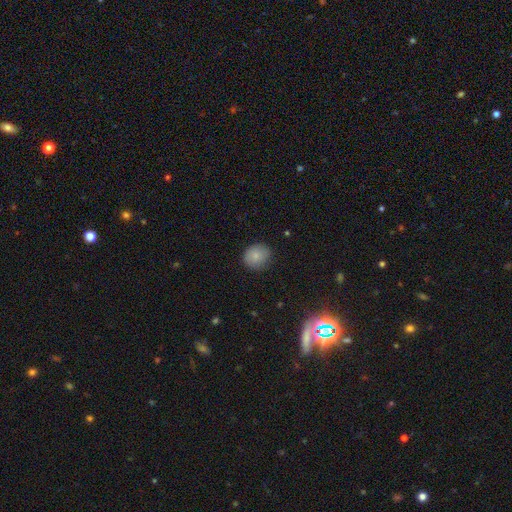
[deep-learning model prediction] smooth 85%, star or artifact 9%, featured or disk 6%. Down the decision tree: how rounded — round (80%); merging — none (83%).